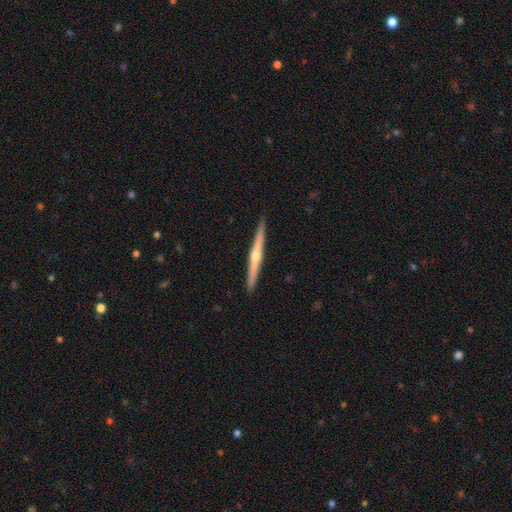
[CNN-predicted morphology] Smooth or featured? featured or disk (74%)
Edge-on disk? yes (98%)
Edge-on bulge? rounded (87%)
Merging? none (92%)